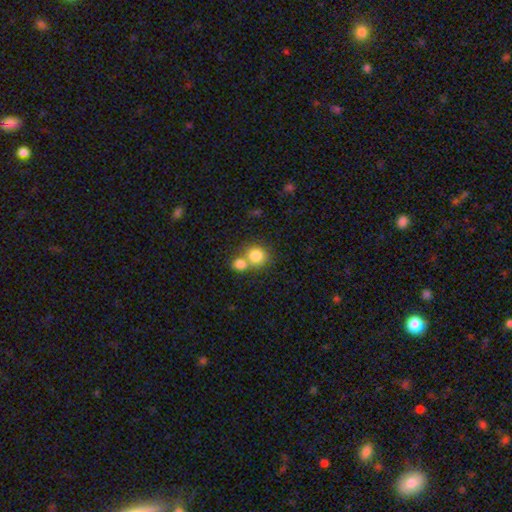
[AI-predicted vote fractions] smooth_or_featured: smooth (p=0.81) [alt: star or artifact p=0.10]
how_rounded: round (p=0.85) [alt: in between p=0.14]
merging: merger (p=0.46) [alt: none p=0.44]